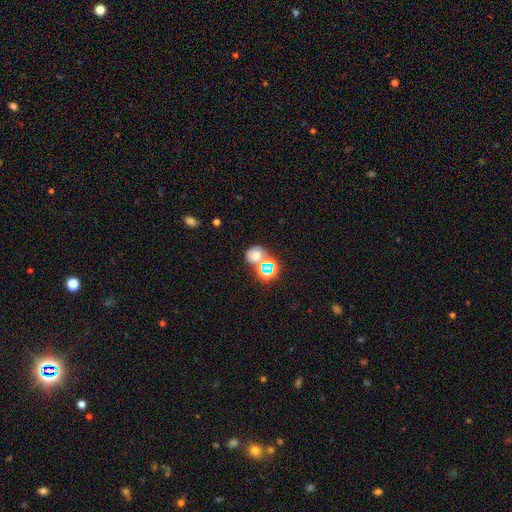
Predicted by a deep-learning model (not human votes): smooth 57%, star or artifact 31%, featured or disk 11%. Down the decision tree: how rounded — round (64%); merging — none (50%).